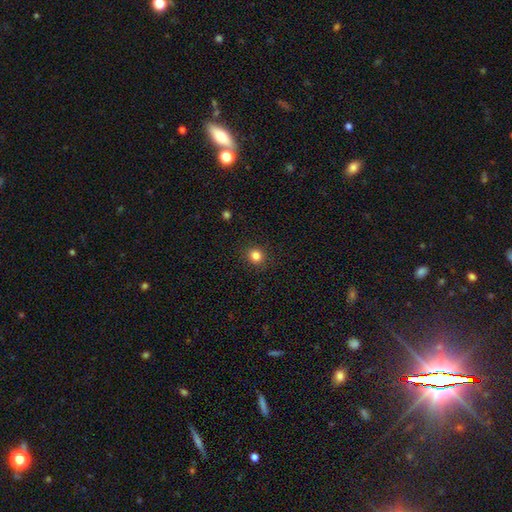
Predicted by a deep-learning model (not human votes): smooth-or-featured: smooth: 83% | star or artifact: 12% | featured or disk: 5%
  how-rounded: round: 86% | in between: 13% | cigar-shaped: 1%
  merging: none: 90% | minor disturbance: 6% | major disturbance: 2% | merger: 1%